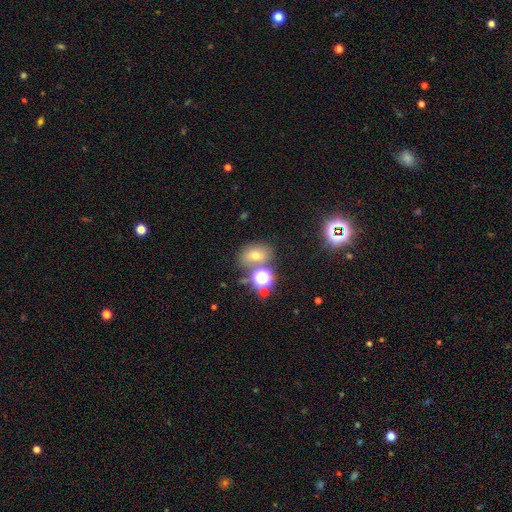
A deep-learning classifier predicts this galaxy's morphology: Smooth or featured? Predicted: smooth (p=0.58). How rounded? Predicted: in between (p=0.65). Merging? Predicted: none (p=0.64).